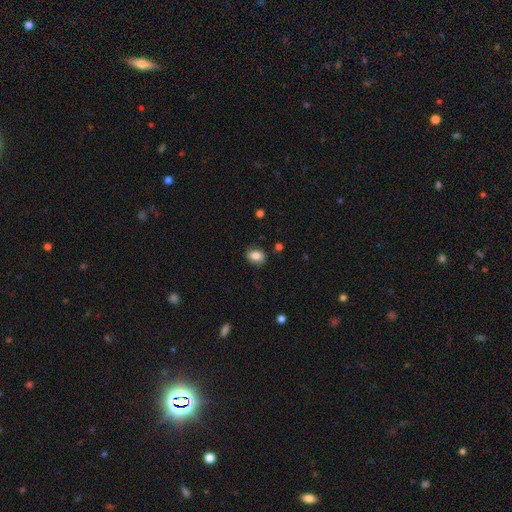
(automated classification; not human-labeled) Overall: smooth (79%). How rounded: in between (65%; round 34%). Merging: none (81%).